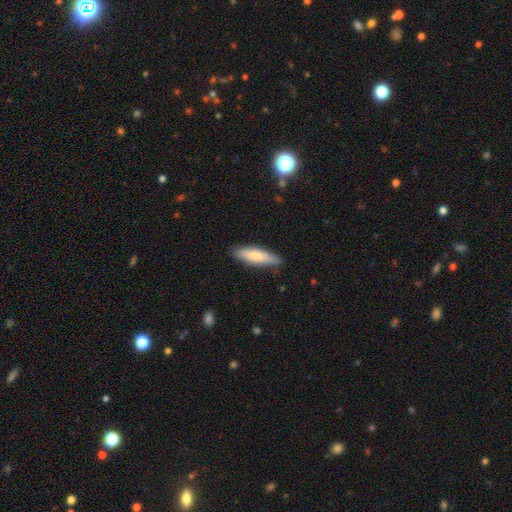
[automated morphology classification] Smooth or featured: smooth — 77% (featured or disk — 18%)
How rounded: cigar-shaped — 60% (in between — 38%)
Merging: none — 83% (minor disturbance — 14%)